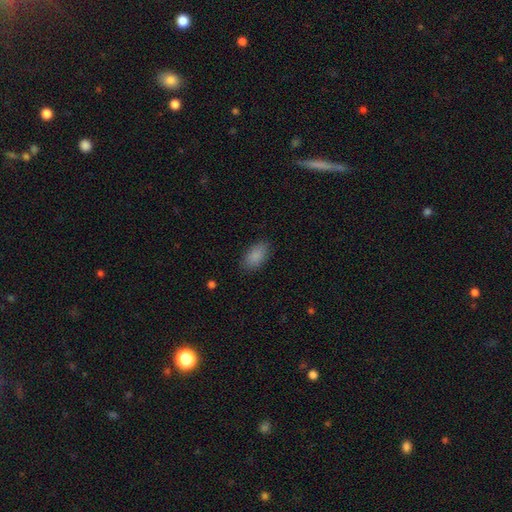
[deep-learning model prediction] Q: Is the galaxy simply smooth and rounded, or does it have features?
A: smooth — 88%.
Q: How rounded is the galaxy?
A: in between — 93%.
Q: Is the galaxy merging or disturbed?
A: none — 84%.